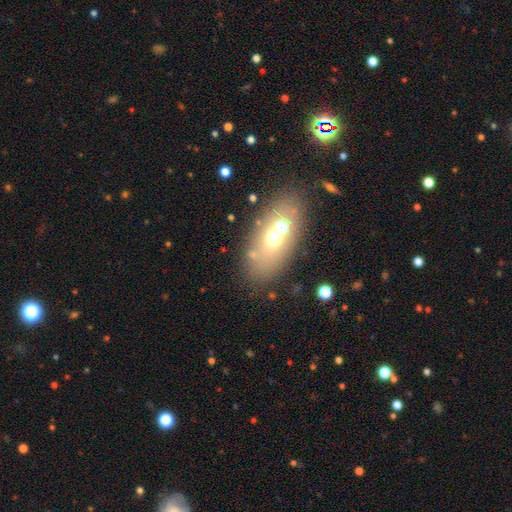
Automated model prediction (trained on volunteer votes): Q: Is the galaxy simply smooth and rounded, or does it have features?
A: smooth — 54%.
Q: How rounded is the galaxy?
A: in between — 77%.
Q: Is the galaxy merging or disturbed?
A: none — 63%.